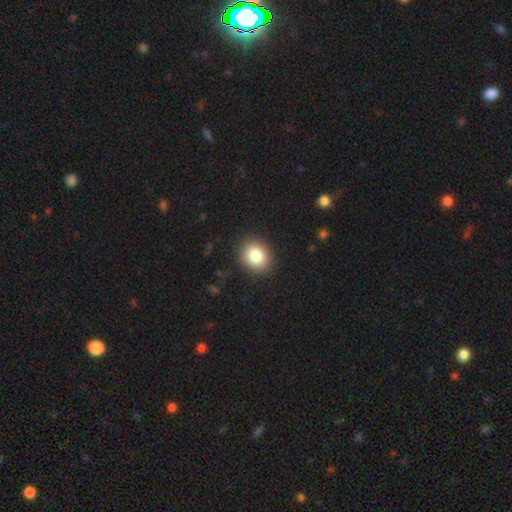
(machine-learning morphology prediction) smooth-or-featured: smooth: 84% | star or artifact: 10% | featured or disk: 6%
  how-rounded: round: 63% | in between: 36% | cigar-shaped: 1%
  merging: none: 89% | minor disturbance: 7% | major disturbance: 2% | merger: 1%